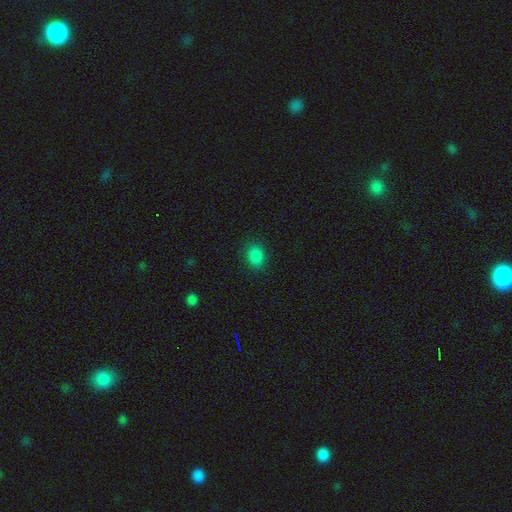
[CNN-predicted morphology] smooth_or_featured: smooth (p=0.85) [alt: star or artifact p=0.12]
how_rounded: in between (p=0.59) [alt: round p=0.40]
merging: none (p=0.87) [alt: minor disturbance p=0.09]